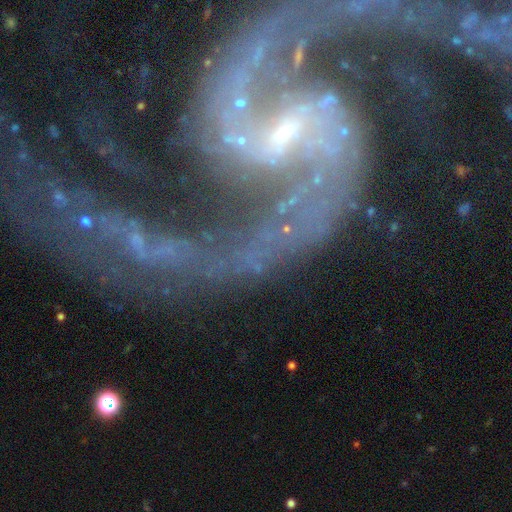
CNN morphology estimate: Smooth or featured?
  - featured or disk: 90% *
  - star or artifact: 7%
  - smooth: 4%
Edge-on disk?
  - no: 98% *
  - yes: 2%
Bar?
  - weak: 47% *
  - strong: 29%
  - no: 24%
Spiral arms?
  - yes: 95% *
  - no: 5%
Spiral winding?
  - loose: 59% *
  - medium: 31%
  - tight: 10%
Spiral arm count?
  - 2: 85% *
  - 1: 4%
  - can't tell: 3%
  - 3: 3%
  - 4: 2%
  - more than 4: 2%
Bulge size?
  - small: 72% *
  - moderate: 16%
  - none: 8%
  - large: 2%
  - dominant: 1%
Merging?
  - none: 46% *
  - major disturbance: 28%
  - minor disturbance: 17%
  - merger: 9%